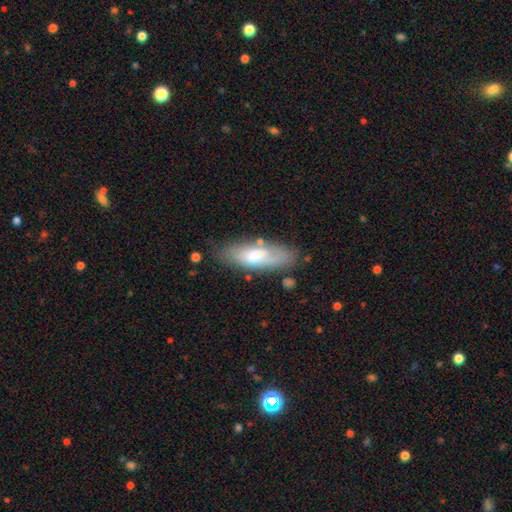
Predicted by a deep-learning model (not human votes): This is likely a smooth galaxy (65%). How rounded: likely in between (64%). Merging: likely none (70%).